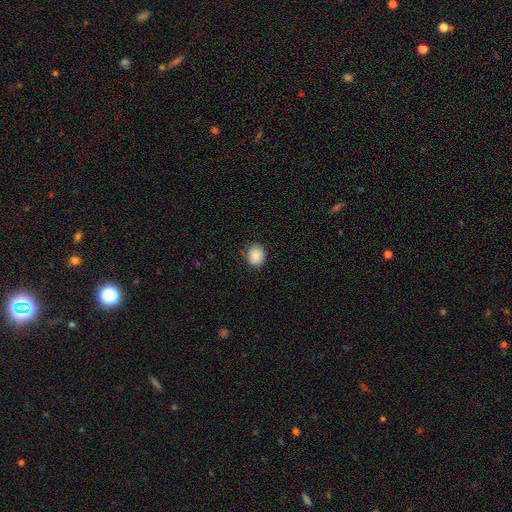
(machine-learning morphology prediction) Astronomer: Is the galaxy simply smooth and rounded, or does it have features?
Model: smooth — 86%.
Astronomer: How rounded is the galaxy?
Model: round — 67%.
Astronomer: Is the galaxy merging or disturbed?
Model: none — 82%.